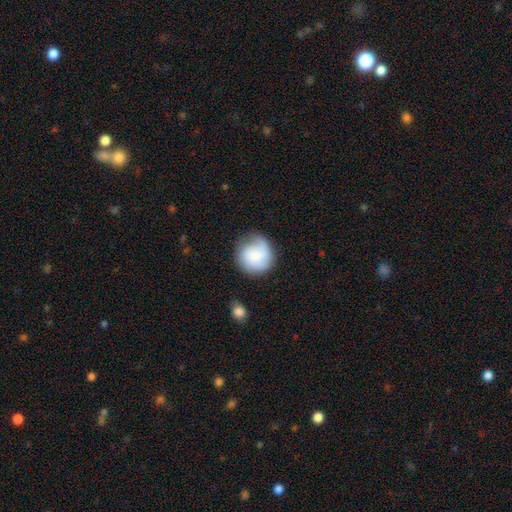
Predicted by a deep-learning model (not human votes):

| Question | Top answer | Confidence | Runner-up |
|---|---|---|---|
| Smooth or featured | smooth | 66% | featured or disk (26%) |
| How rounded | round | 90% | in between (9%) |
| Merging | none | 63% | minor disturbance (23%) |